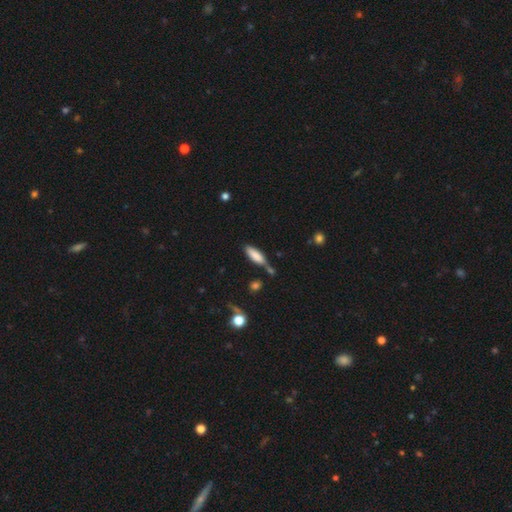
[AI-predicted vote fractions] Smooth or featured?
  - smooth: 80% *
  - featured or disk: 13%
  - star or artifact: 7%
How rounded?
  - in between: 51% *
  - cigar-shaped: 47%
  - round: 2%
Merging?
  - none: 58% *
  - minor disturbance: 21%
  - merger: 14%
  - major disturbance: 6%